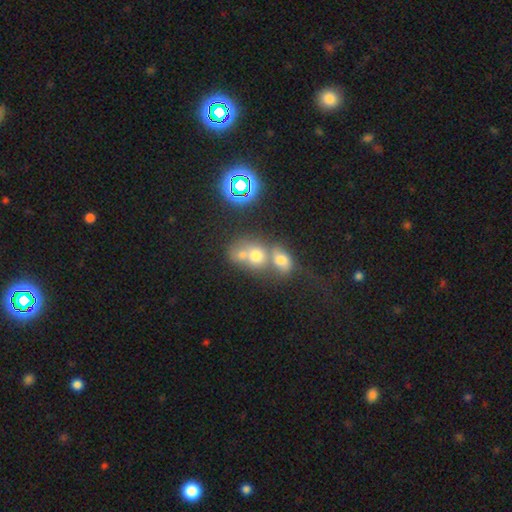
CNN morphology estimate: A smooth galaxy with no disk features (59%) that is round (62%). Merging: merger (64%).